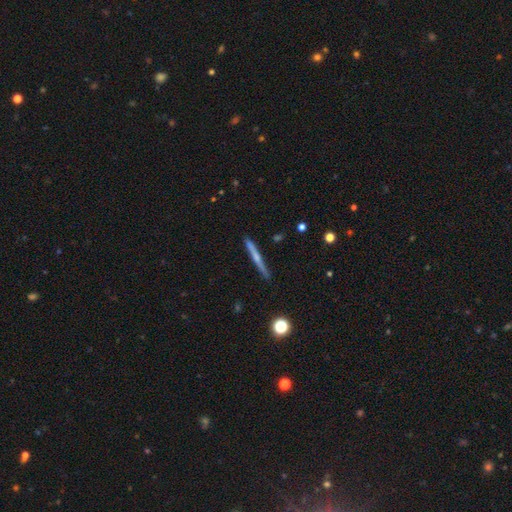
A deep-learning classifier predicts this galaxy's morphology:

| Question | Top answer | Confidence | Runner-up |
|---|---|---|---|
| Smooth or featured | featured or disk | 59% | smooth (34%) |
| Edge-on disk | yes | 97% | no (3%) |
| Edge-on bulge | rounded | 56% | none (38%) |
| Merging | none | 89% | minor disturbance (8%) |